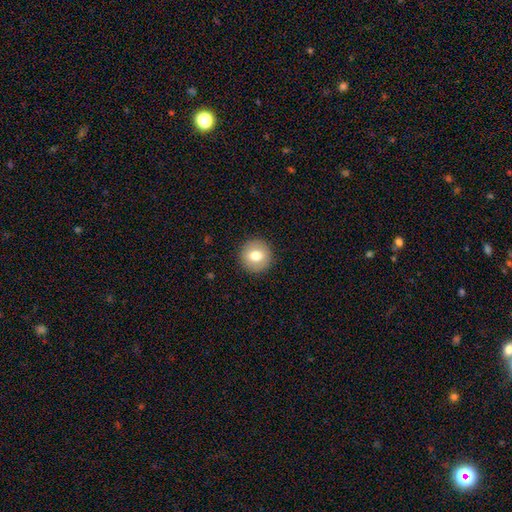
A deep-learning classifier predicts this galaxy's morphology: Smooth or featured: smooth — 75% (featured or disk — 17%)
How rounded: round — 94% (in between — 5%)
Merging: none — 92% (minor disturbance — 5%)